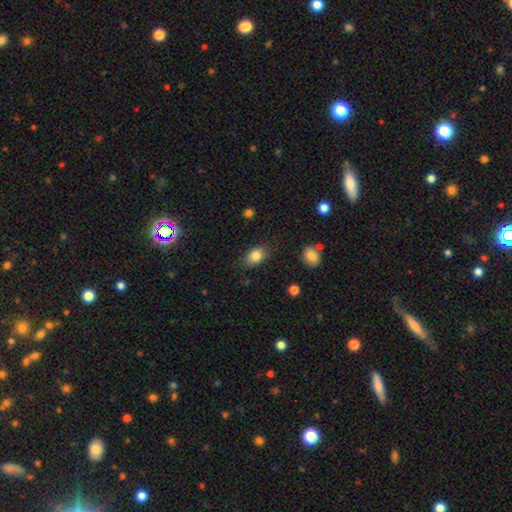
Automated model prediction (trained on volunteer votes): Overall: smooth (83%). How rounded: in between (78%). Merging: none (81%).